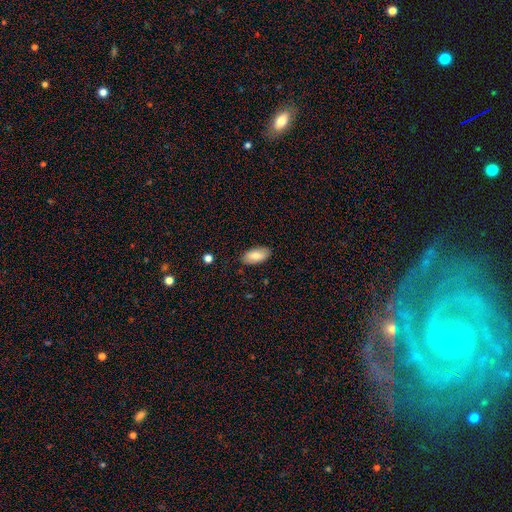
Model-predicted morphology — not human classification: The model was most divided on "smooth or featured": smooth: 80%, featured or disk: 13%, star or artifact: 6%. More confident: how rounded — in between (92%); merging — none (85%).